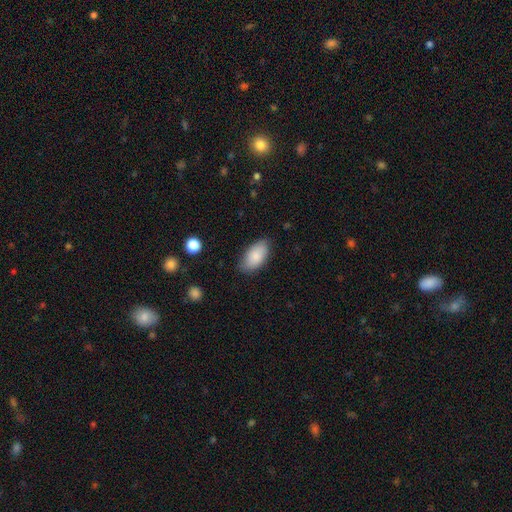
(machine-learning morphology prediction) Smooth or featured? smooth (85%)
How rounded? in between (94%)
Merging? none (79%)